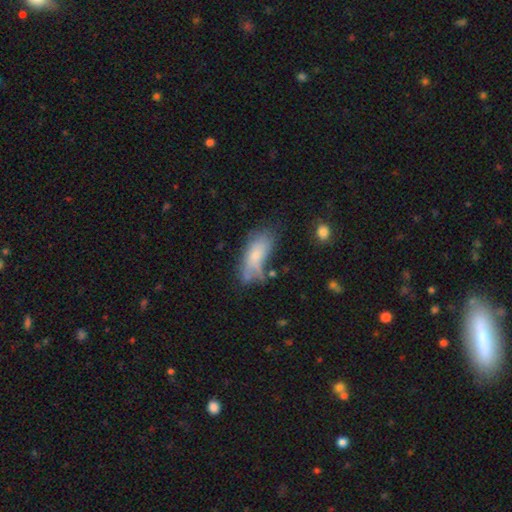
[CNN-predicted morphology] smooth 71%, featured or disk 21%, star or artifact 8%. Down the decision tree: how rounded — in between (80%); merging — none (40%).